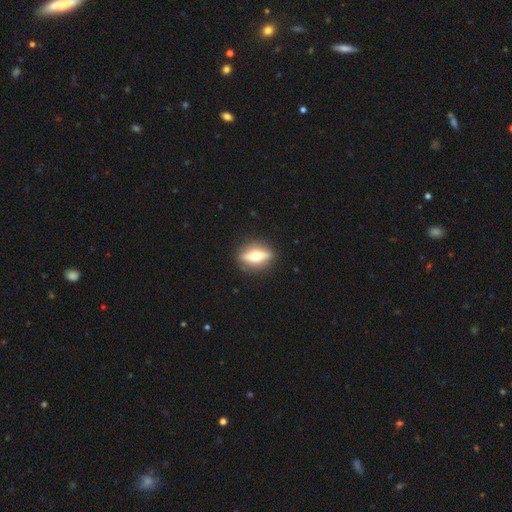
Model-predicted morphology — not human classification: Smooth or featured: featured or disk — 62% (smooth — 31%)
Edge-on disk: yes — 78% (no — 22%)
Merging: none — 88% (minor disturbance — 8%)